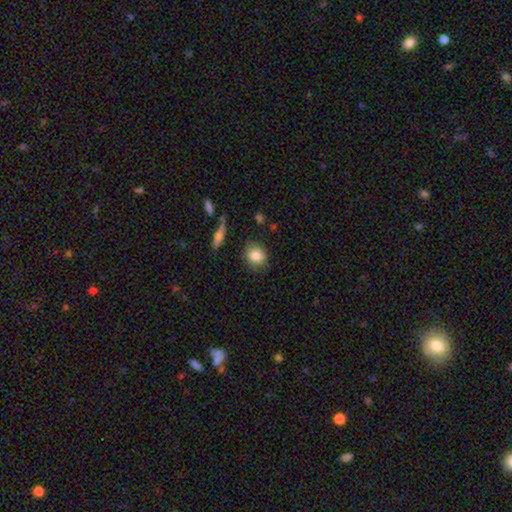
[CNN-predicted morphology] This is clearly a smooth galaxy (85%). How rounded: likely round (71%). Merging: clearly none (84%).